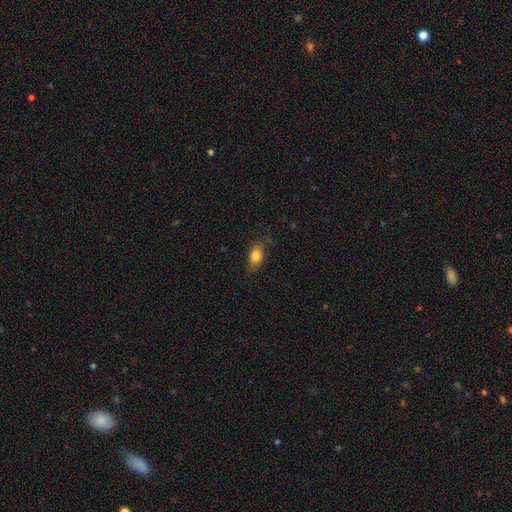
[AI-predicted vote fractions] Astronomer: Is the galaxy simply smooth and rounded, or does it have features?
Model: smooth — 80%.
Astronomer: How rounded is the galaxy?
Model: in between — 84%.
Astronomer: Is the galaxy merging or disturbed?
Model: none — 77%.